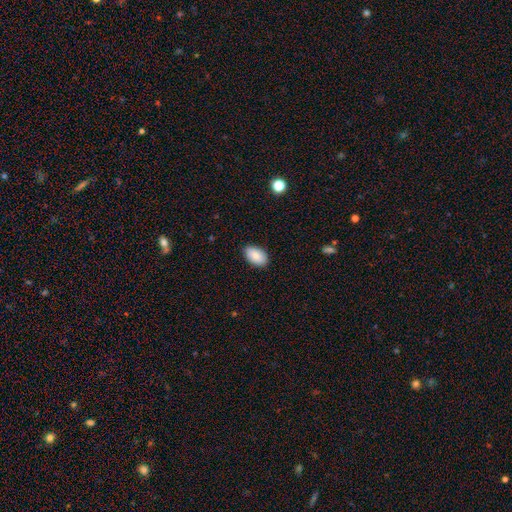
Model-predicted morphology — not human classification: smooth_or_featured: smooth (p=0.86) [alt: featured or disk p=0.08]
how_rounded: in between (p=0.92) [alt: round p=0.07]
merging: none (p=0.86) [alt: minor disturbance p=0.11]